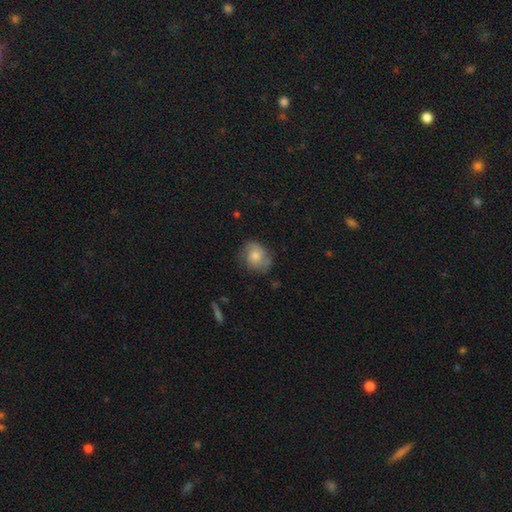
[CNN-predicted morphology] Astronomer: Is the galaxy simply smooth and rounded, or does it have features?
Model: smooth — 51% (runner-up: featured or disk, 41%).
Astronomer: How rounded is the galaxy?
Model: round — 66%.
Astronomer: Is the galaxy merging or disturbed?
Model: none — 65%.